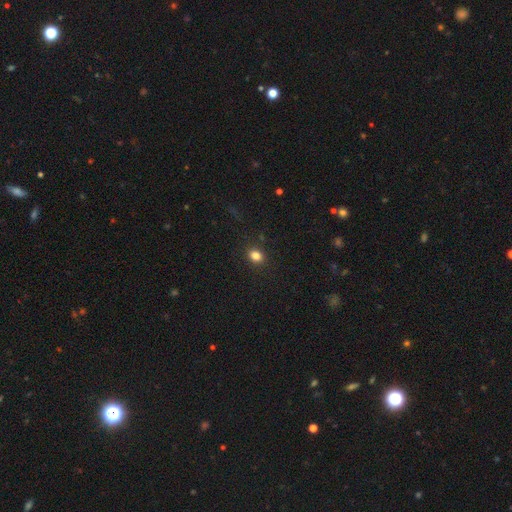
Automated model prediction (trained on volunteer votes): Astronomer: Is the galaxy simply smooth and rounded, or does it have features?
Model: smooth — 83%.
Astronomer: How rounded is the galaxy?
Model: in between — 54% (runner-up: round, 45%).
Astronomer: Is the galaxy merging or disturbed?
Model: none — 88%.